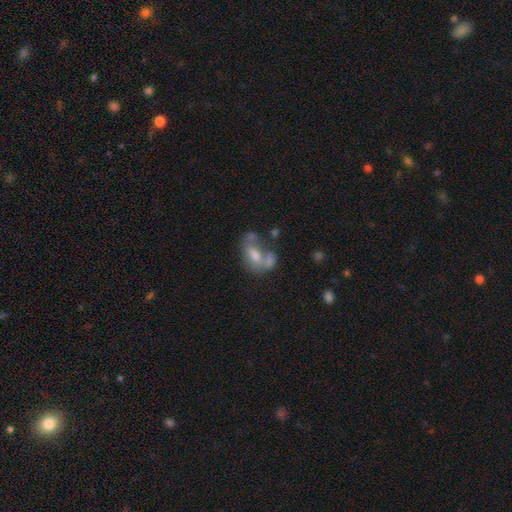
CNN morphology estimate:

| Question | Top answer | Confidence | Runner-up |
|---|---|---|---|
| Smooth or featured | smooth | 43% | tied: featured or disk (43%) |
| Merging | merger | 43% | none (25%) |